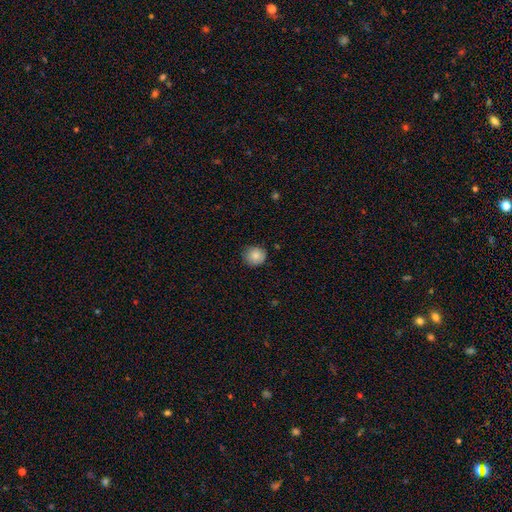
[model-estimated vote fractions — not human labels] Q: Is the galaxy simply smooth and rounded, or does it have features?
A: smooth — 84%.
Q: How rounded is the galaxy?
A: round — 89%.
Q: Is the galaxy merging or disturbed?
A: none — 84%.